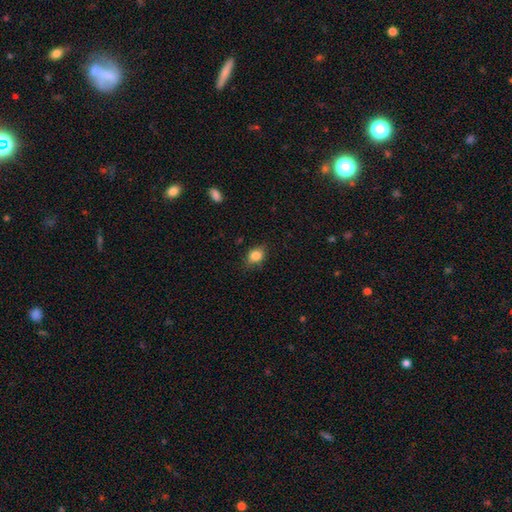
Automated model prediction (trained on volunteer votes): Smooth or featured? smooth (83%)
How rounded? in between (60%)
Merging? none (78%)